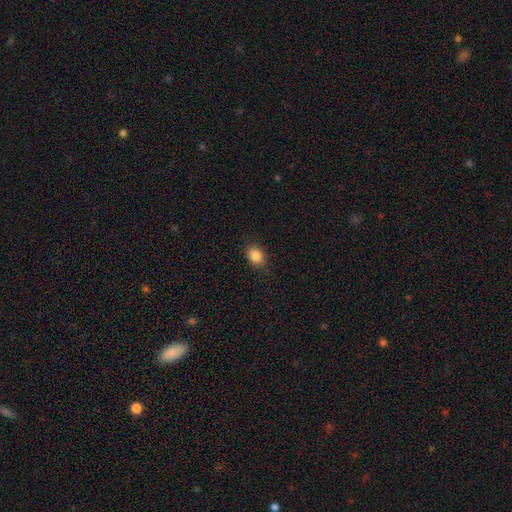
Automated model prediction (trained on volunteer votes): Smooth or featured: smooth — 86% (star or artifact — 9%)
How rounded: in between — 63% (round — 36%)
Merging: none — 87% (minor disturbance — 9%)